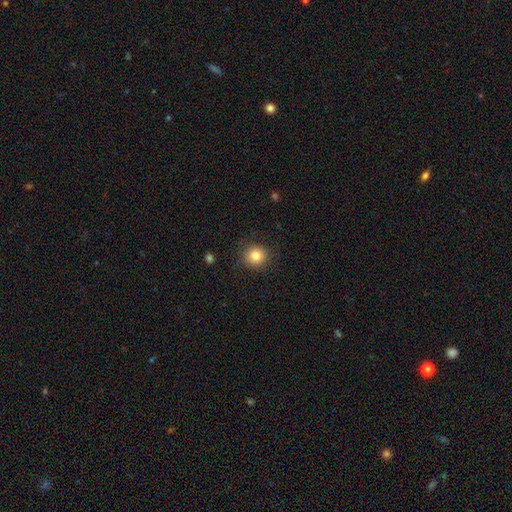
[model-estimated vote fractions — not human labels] Smooth or featured?
  - smooth: 82% *
  - star or artifact: 11%
  - featured or disk: 7%
How rounded?
  - round: 91% *
  - in between: 8%
  - cigar-shaped: 1%
Merging?
  - none: 88% *
  - minor disturbance: 8%
  - major disturbance: 3%
  - merger: 1%